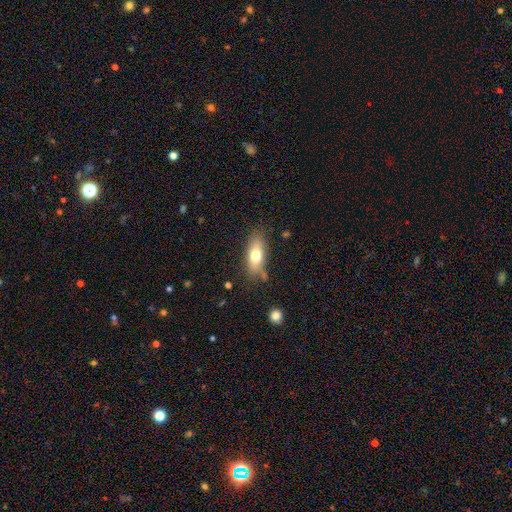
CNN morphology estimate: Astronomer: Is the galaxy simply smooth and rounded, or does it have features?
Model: smooth — 69%.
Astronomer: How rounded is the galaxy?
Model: in between — 73%.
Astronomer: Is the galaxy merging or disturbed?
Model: none — 71%.